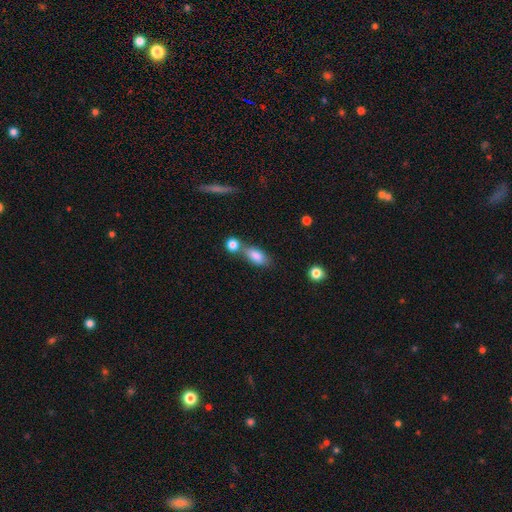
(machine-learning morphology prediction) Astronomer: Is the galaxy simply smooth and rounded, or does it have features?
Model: smooth — 84%.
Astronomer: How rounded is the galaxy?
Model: in between — 85%.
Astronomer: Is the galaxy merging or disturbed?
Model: none — 43% (runner-up: merger, 39%).